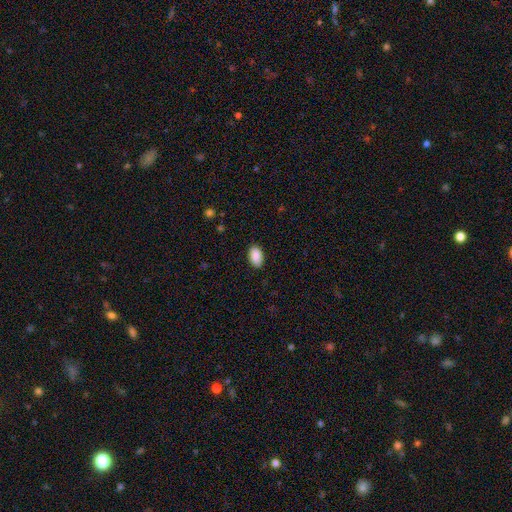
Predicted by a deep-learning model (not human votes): A smooth galaxy with no disk features (90%) that is in between round and cigar-shaped (93%). Merging: none (87%).